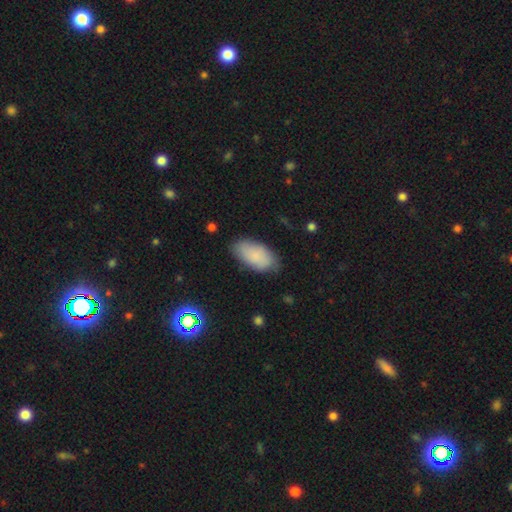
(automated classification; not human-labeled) This is clearly a smooth galaxy (83%). How rounded: clearly in between (94%). Merging: likely none (78%).